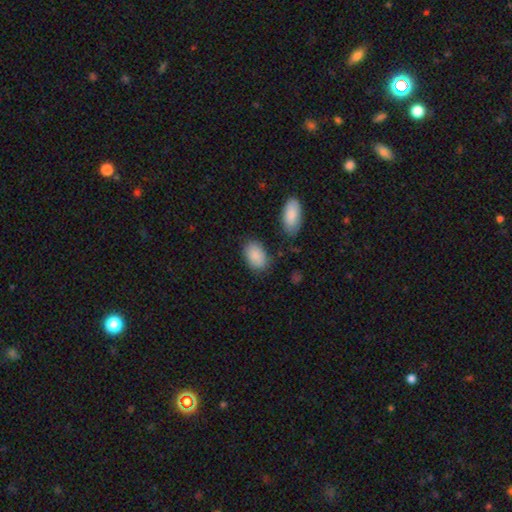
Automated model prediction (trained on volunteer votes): Smooth or featured? Predicted: smooth (p=0.89). How rounded? Predicted: in between (p=0.91). Merging? Predicted: none (p=0.77).